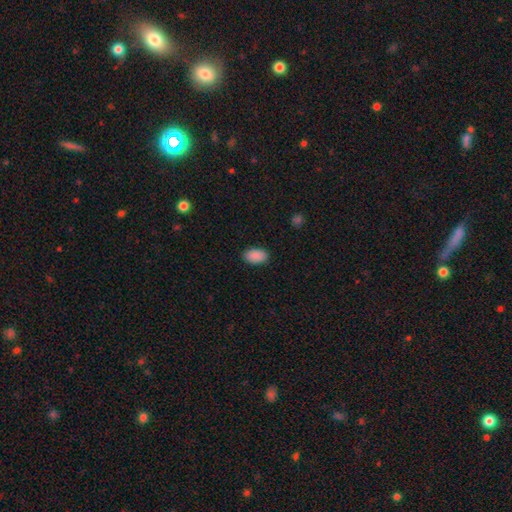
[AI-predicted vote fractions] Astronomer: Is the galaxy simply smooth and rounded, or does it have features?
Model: smooth — 90%.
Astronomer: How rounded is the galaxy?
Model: in between — 93%.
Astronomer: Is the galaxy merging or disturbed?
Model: none — 89%.